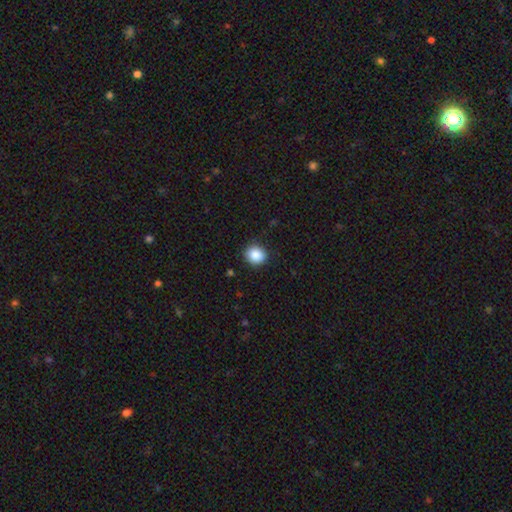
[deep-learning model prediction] Smooth or featured? Predicted: smooth (p=0.87). How rounded? Predicted: round (p=0.76). Merging? Predicted: none (p=0.89).